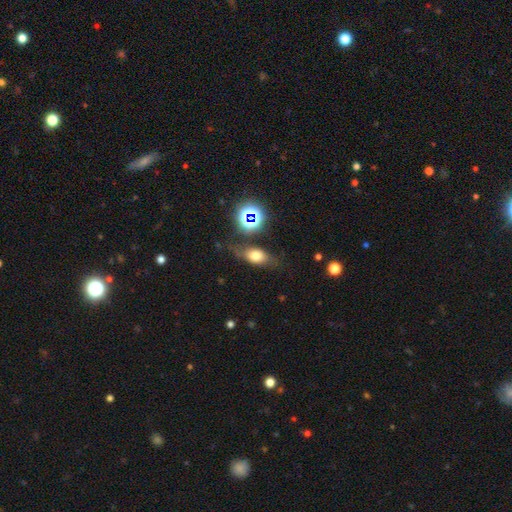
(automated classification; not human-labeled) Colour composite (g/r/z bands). It shows a smooth galaxy with no disk features (63%) that is in between round and cigar-shaped (74%). Merging: none (66%).